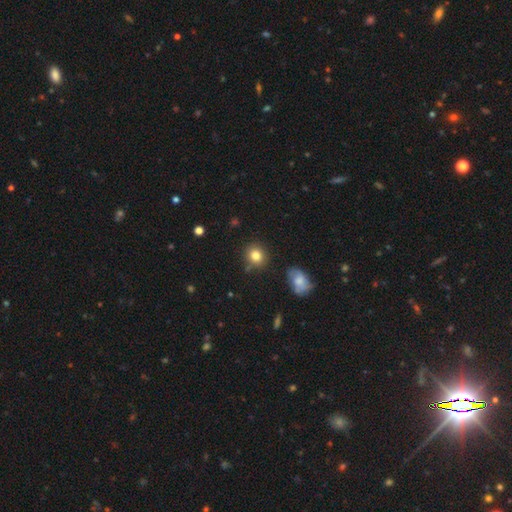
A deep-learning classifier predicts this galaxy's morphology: A smooth galaxy with no disk features (82%) that is round (82%).

Vote fractions:
- Smooth or featured? smooth: 82% / star or artifact: 11% / featured or disk: 7%
- How rounded? round: 82% / in between: 17% / cigar-shaped: 1%
- Merging? none: 82% / minor disturbance: 12% / merger: 4% / major disturbance: 3%